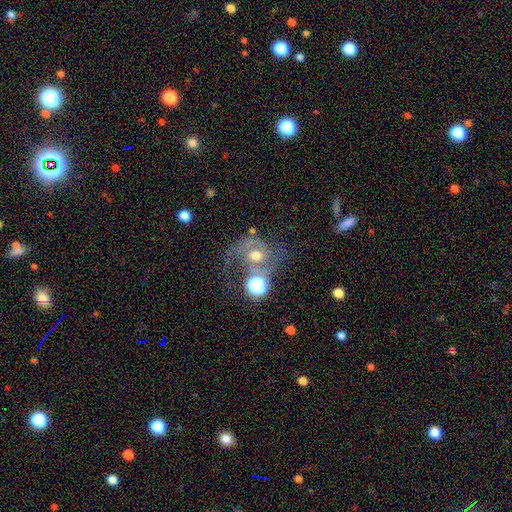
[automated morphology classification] A featured or disk galaxy (62%) with no bar (64%), spiral arms (78%) and a moderate central bulge (65%). Merging: none (39%).